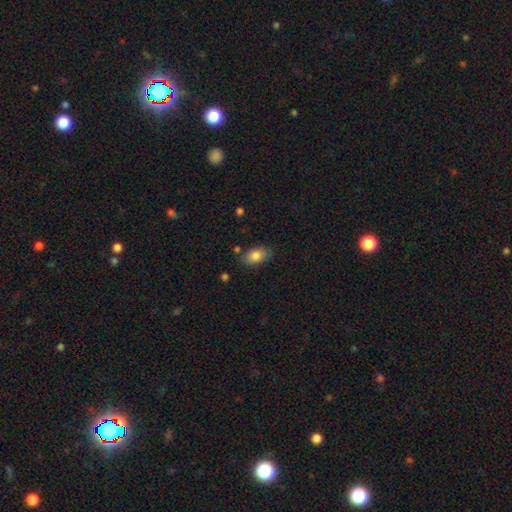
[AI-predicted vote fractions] This is clearly a smooth galaxy (83%). How rounded: clearly in between (90%). Merging: clearly none (81%).